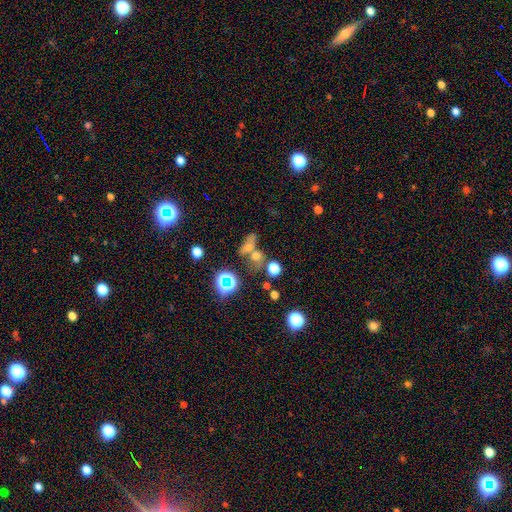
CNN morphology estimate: type=smooth (57%); roundness=in between (46%); merging=merger (42%).